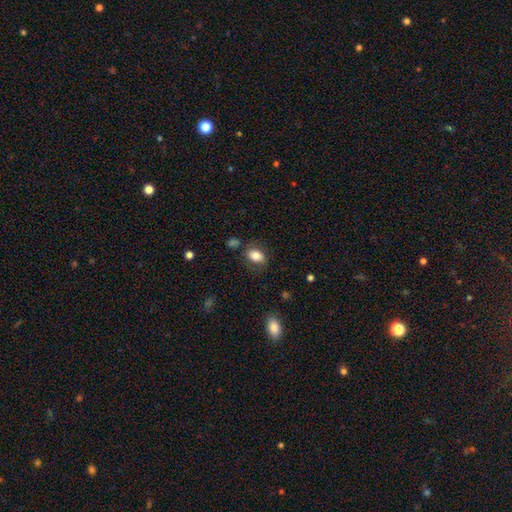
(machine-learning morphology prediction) Q: Smooth or featured?
A: smooth (80%); runner-up: featured or disk (11%)
Q: How rounded?
A: in between (81%); runner-up: round (18%)
Q: Merging?
A: none (74%); runner-up: minor disturbance (17%)